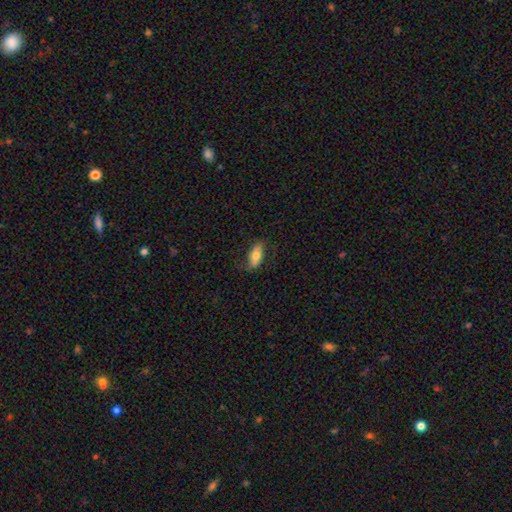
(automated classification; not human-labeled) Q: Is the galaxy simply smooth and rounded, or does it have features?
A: smooth — 65%.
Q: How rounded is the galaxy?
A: in between — 84%.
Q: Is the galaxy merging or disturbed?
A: none — 74%.